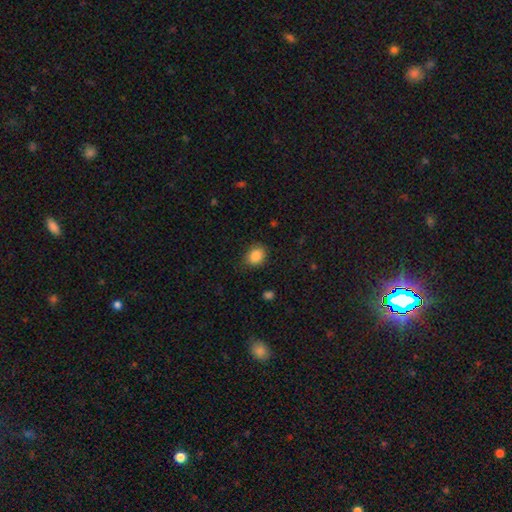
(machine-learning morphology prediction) A smooth galaxy with no disk features (87%) that is round (50%).

Vote fractions:
- Smooth or featured? smooth: 87% / star or artifact: 9% / featured or disk: 4%
- How rounded? round: 50% / in between: 49% / cigar-shaped: 1%
- Merging? none: 79% / minor disturbance: 16% / major disturbance: 4% / merger: 1%